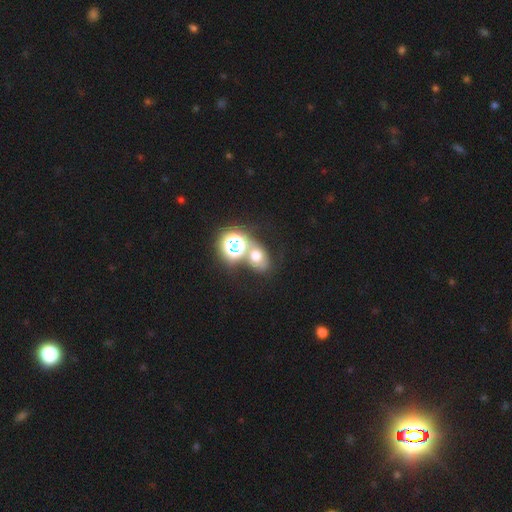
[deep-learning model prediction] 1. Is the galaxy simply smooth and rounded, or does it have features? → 50% smooth, 32% star or artifact, 19% featured or disk.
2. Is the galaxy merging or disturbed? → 44% merger, 38% none, 10% minor disturbance, 8% major disturbance.